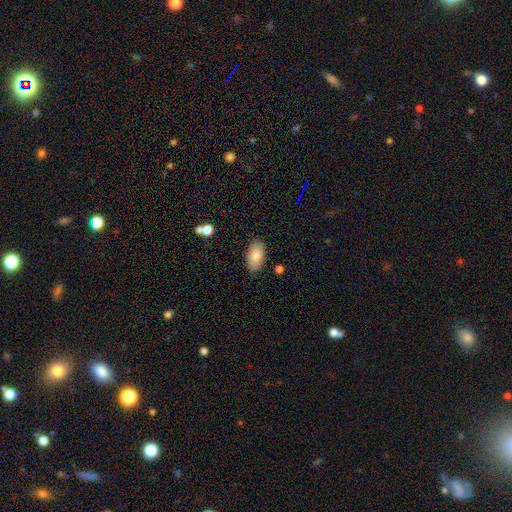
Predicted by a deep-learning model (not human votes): Smooth or featured: smooth — 81% (featured or disk — 12%)
How rounded: in between — 94% (round — 4%)
Merging: none — 86% (minor disturbance — 10%)